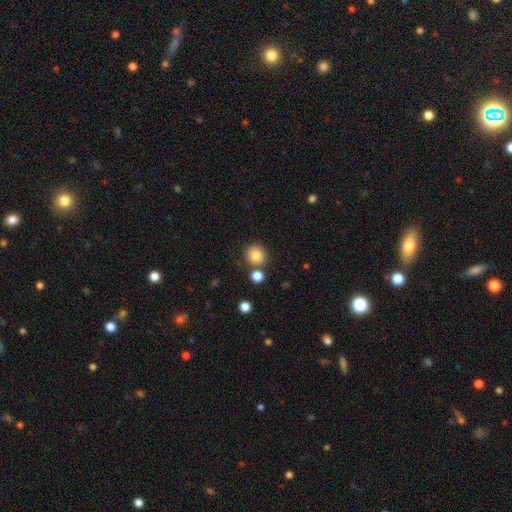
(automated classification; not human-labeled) Smooth or featured? Predicted: smooth (p=0.82). How rounded? Predicted: round (p=0.86). Merging? Predicted: none (p=0.77).